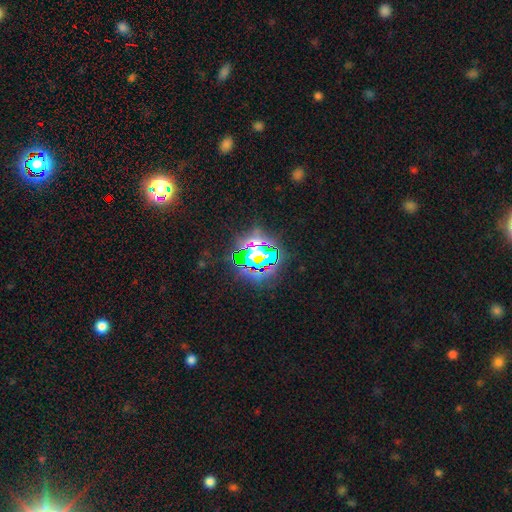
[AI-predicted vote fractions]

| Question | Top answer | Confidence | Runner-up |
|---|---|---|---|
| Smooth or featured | star or artifact | 74% | smooth (15%) |